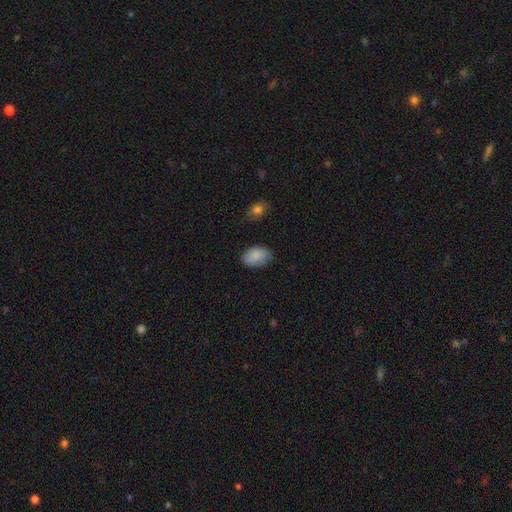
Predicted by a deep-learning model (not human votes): This is clearly a smooth galaxy (88%). How rounded: clearly in between (88%). Merging: likely none (79%).